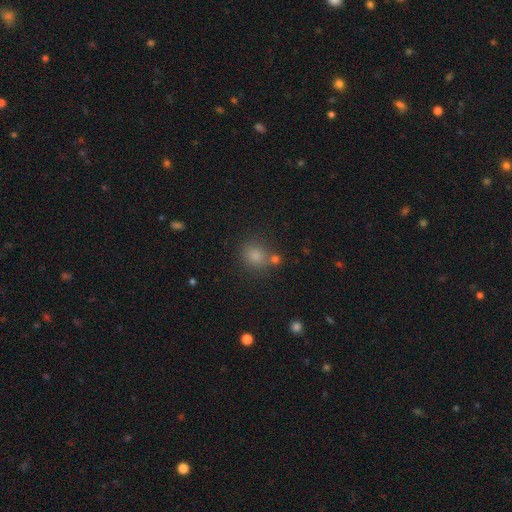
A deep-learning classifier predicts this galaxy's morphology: A smooth galaxy with no disk features (80%) that is round (79%).

Vote fractions:
- Smooth or featured? smooth: 80% / star or artifact: 14% / featured or disk: 6%
- How rounded? round: 79% / in between: 20% / cigar-shaped: 1%
- Merging? none: 66% / merger: 18% / minor disturbance: 12% / major disturbance: 4%